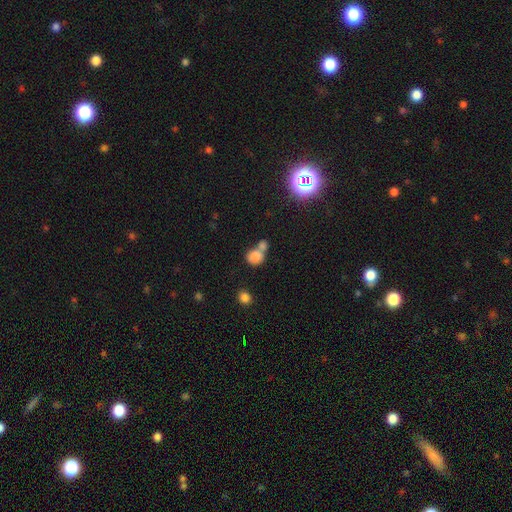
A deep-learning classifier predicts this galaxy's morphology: smooth 81%, star or artifact 11%, featured or disk 8%. Down the decision tree: how rounded — round (69%); merging — merger (56%).